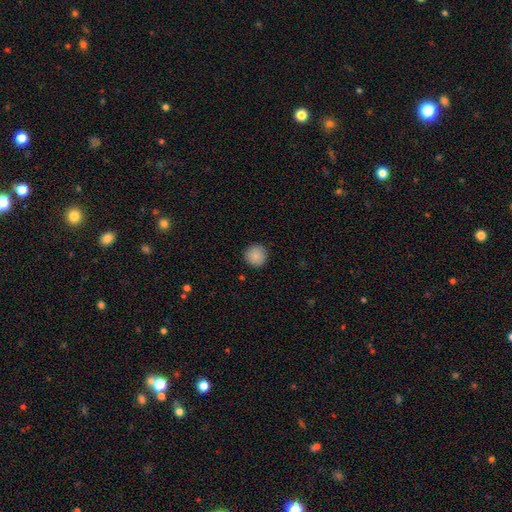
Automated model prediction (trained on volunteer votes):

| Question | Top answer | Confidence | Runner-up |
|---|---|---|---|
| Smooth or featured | smooth | 88% | star or artifact (8%) |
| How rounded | round | 95% | in between (4%) |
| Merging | none | 90% | minor disturbance (7%) |